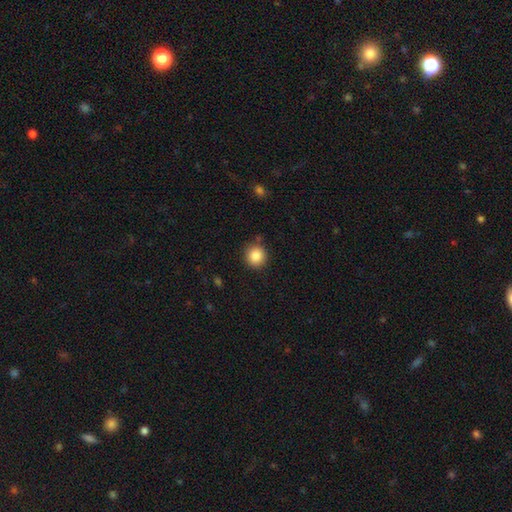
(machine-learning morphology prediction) Smooth or featured: smooth — 86% (star or artifact — 9%)
How rounded: round — 92% (in between — 7%)
Merging: none — 86% (minor disturbance — 8%)